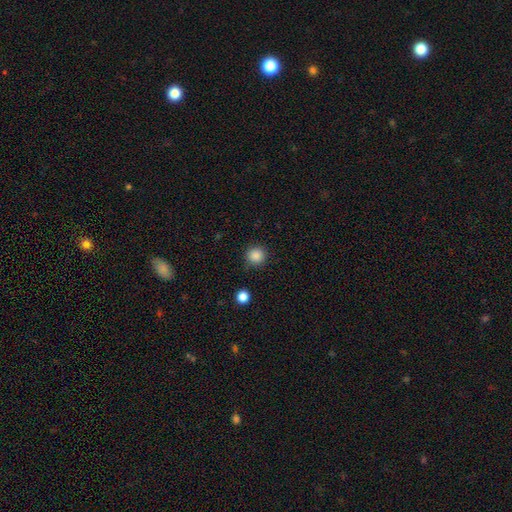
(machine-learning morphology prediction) A smooth galaxy with no disk features (86%) that is round (95%).

Vote fractions:
- Smooth or featured? smooth: 86% / star or artifact: 11% / featured or disk: 3%
- How rounded? round: 95% / in between: 4% / cigar-shaped: 1%
- Merging? none: 88% / minor disturbance: 7% / major disturbance: 3% / merger: 2%